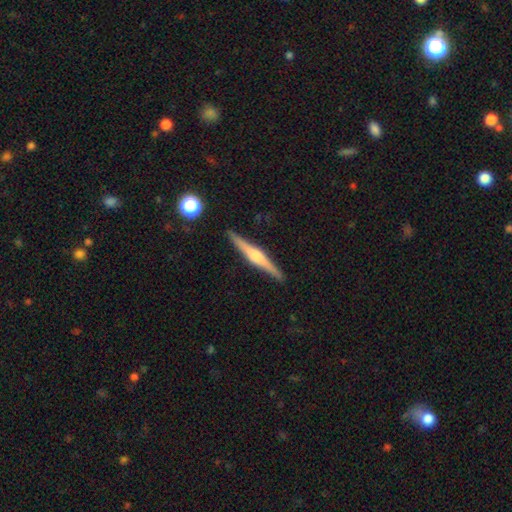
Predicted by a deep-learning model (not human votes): smooth-or-featured: featured or disk: 77% | smooth: 17% | star or artifact: 5%
  disk-edge-on: yes: 98% | no: 2%
    edge-on-bulge: rounded: 81% | boxy: 13% | none: 5%
  merging: none: 91% | minor disturbance: 6% | major disturbance: 1% | merger: 1%